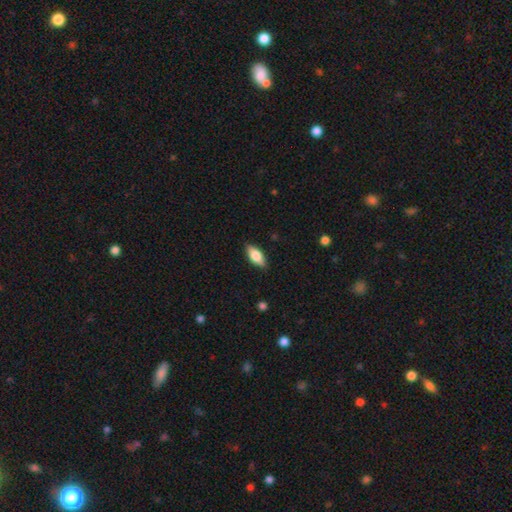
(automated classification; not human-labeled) smooth-or-featured: smooth: 76% | featured or disk: 18% | star or artifact: 6%
  how-rounded: in between: 85% | cigar-shaped: 12% | round: 3%
  merging: none: 87% | minor disturbance: 10% | major disturbance: 2% | merger: 1%